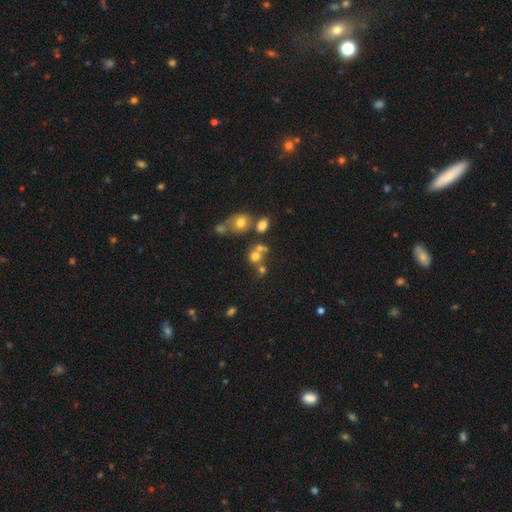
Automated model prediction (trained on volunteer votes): This appears to be a smooth galaxy with no disk features (65%) that is round (76%). Merging: none (43%).